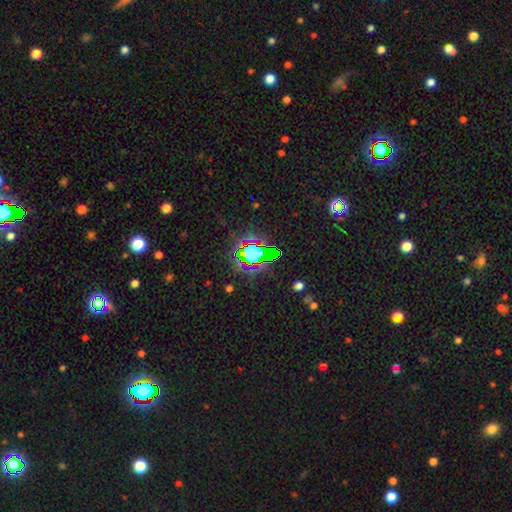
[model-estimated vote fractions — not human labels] Overall: star or artifact (67%).